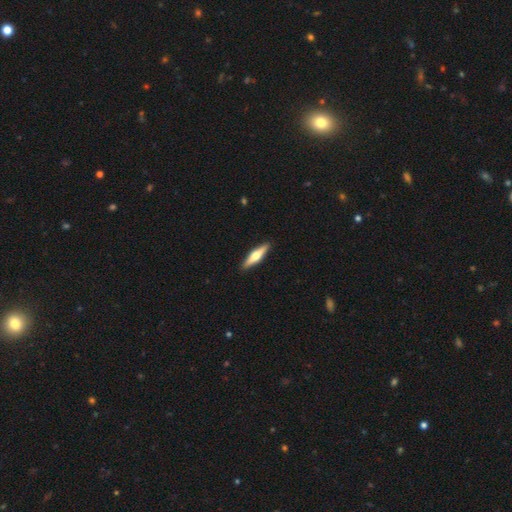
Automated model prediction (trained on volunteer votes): Q: Smooth or featured?
A: featured or disk (58%); runner-up: smooth (37%)
Q: Edge-on disk?
A: yes (96%); runner-up: no (4%)
Q: Edge-on bulge?
A: rounded (93%); runner-up: boxy (4%)
Q: Merging?
A: none (91%); runner-up: minor disturbance (6%)